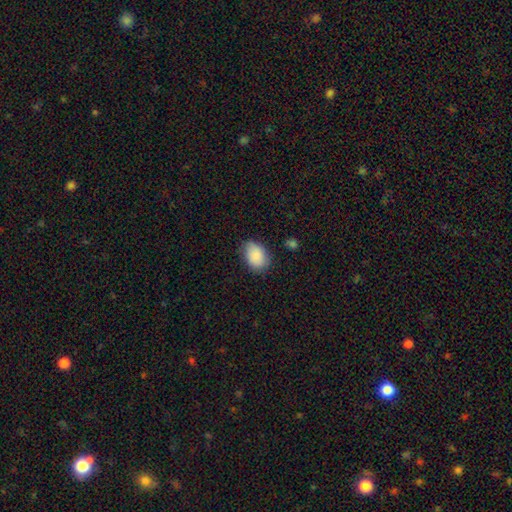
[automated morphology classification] Overall: smooth (87%). How rounded: in between (82%). Merging: none (71%).